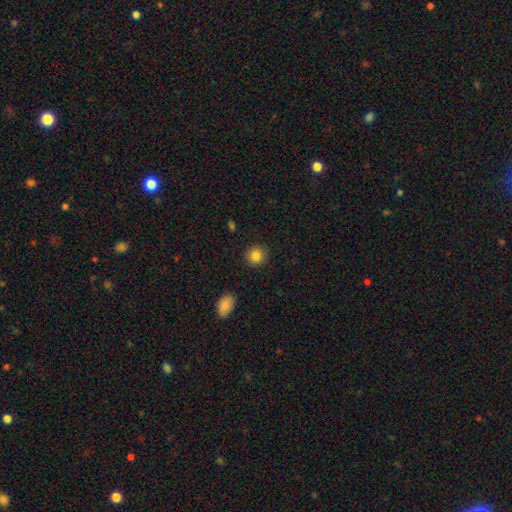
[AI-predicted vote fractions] smooth_or_featured: smooth (p=0.85) [alt: star or artifact p=0.10]
how_rounded: round (p=0.91) [alt: in between p=0.08]
merging: none (p=0.92) [alt: minor disturbance p=0.05]